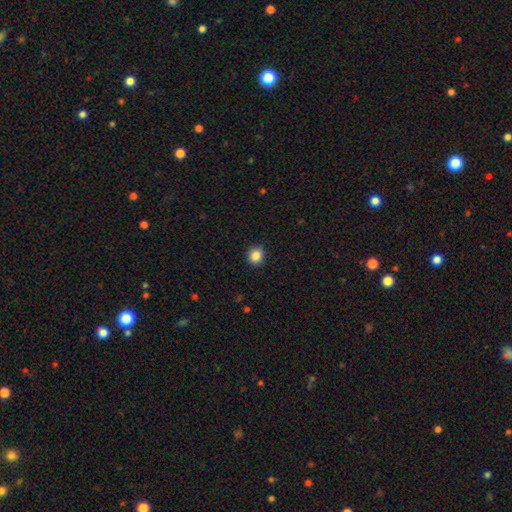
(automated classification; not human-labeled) smooth-or-featured: smooth: 86% | star or artifact: 10% | featured or disk: 4%
  how-rounded: round: 83% | in between: 16% | cigar-shaped: 1%
  merging: none: 90% | minor disturbance: 7% | major disturbance: 2% | merger: 1%